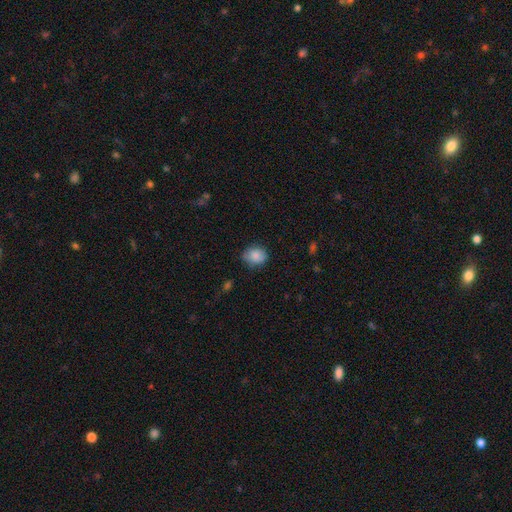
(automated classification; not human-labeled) Morphology: type=smooth (87%); roundness=round (62%); merging=none (74%).